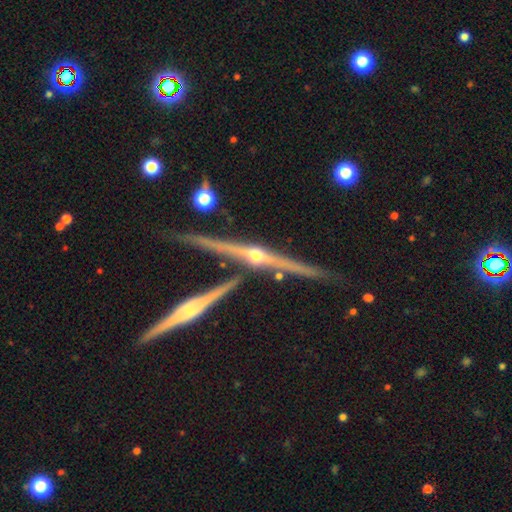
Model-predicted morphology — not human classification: A featured or disk galaxy (86%) viewed edge-on (97%) with a rounded central bulge (95%). Merging: none (83%).